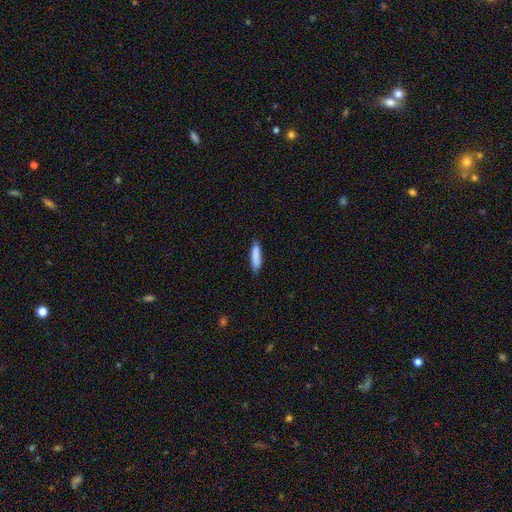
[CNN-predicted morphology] The model was most divided on "how rounded": cigar-shaped: 67%, in between: 31%, round: 1%. More confident: smooth or featured — smooth (87%); merging — none (83%).